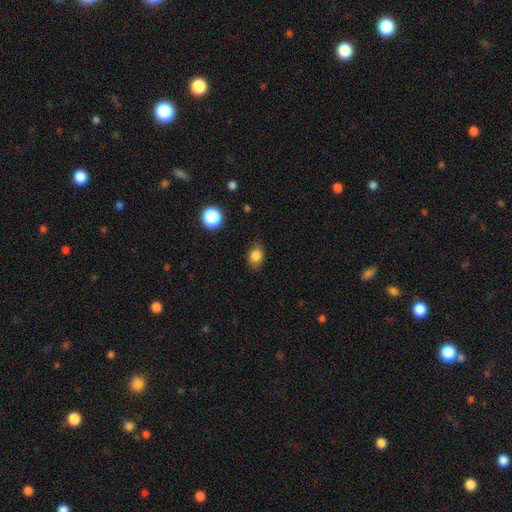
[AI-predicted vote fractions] Smooth or featured? Predicted: smooth (p=0.83). How rounded? Predicted: in between (p=0.64). Merging? Predicted: none (p=0.82).